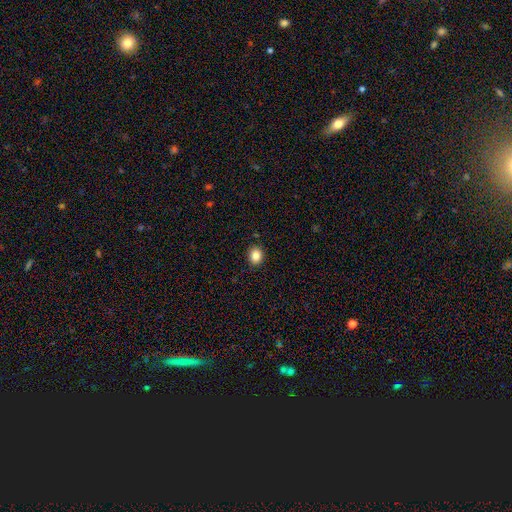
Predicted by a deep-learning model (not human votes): smooth 86%, star or artifact 10%, featured or disk 4%. Down the decision tree: how rounded — round (60%); merging — none (89%).